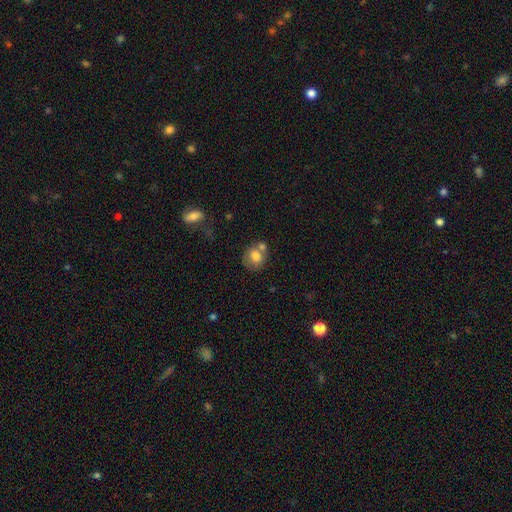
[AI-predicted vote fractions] This is likely a smooth galaxy (74%). How rounded: likely round (67%). Merging: possibly none (47%).